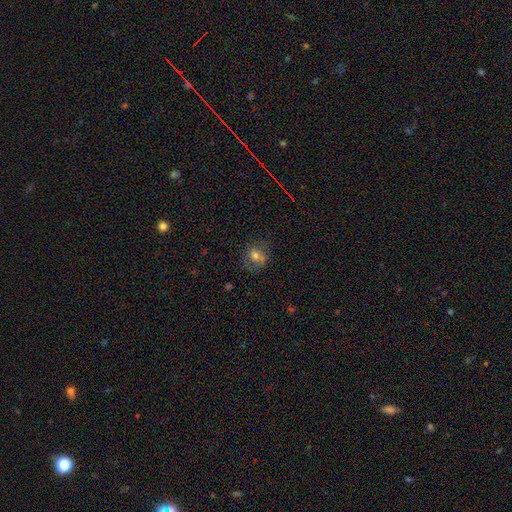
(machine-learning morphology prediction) Smooth or featured?
  - smooth: 57% *
  - featured or disk: 26%
  - star or artifact: 17%
How rounded?
  - round: 75% *
  - in between: 24%
  - cigar-shaped: 1%
Merging?
  - none: 68% *
  - minor disturbance: 19%
  - major disturbance: 9%
  - merger: 4%